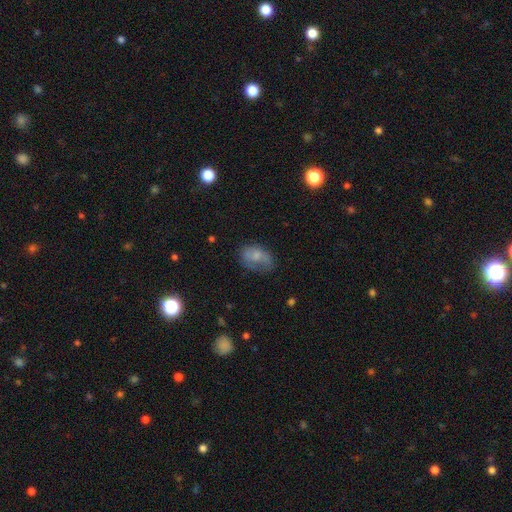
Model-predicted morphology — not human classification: A smooth galaxy with no disk features (64%) that is in between round and cigar-shaped (83%).

Vote fractions:
- Smooth or featured? smooth: 64% / featured or disk: 26% / star or artifact: 10%
- How rounded? in between: 83% / round: 16% / cigar-shaped: 1%
- Merging? none: 47% / minor disturbance: 30% / major disturbance: 20% / merger: 3%